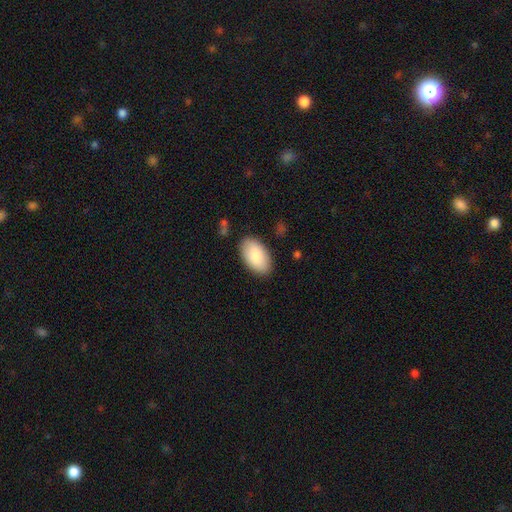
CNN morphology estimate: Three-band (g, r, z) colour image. It shows a smooth galaxy with no disk features (85%) that is in between round and cigar-shaped (95%). Merging: none (86%).